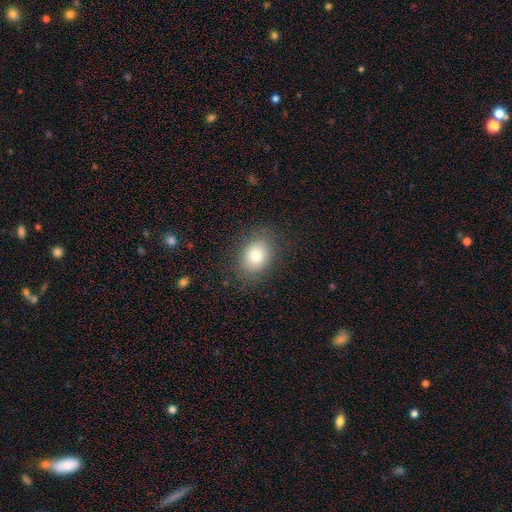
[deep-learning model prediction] This appears to be a smooth galaxy with no disk features (80%) that is in between round and cigar-shaped (67%). Merging: none (84%).